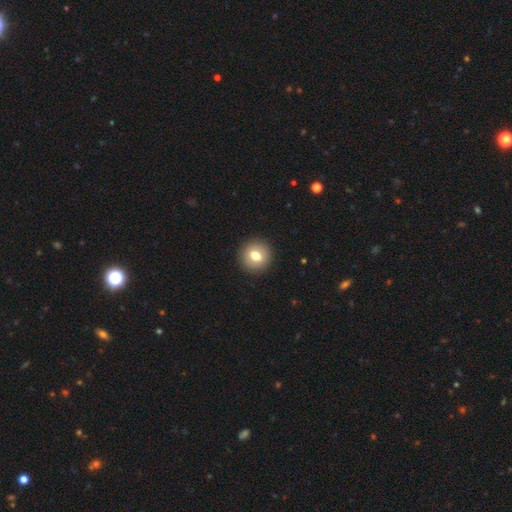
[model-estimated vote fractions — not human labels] A smooth galaxy with no disk features (74%) that is round (90%). Merging: none (92%).